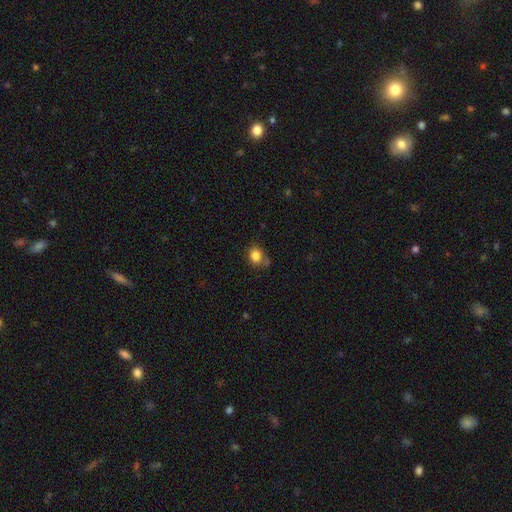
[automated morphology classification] A smooth galaxy with no disk features (83%) that is round (59%).

Vote fractions:
- Smooth or featured? smooth: 83% / star or artifact: 11% / featured or disk: 6%
- How rounded? round: 59% / in between: 40% / cigar-shaped: 1%
- Merging? none: 63% / minor disturbance: 23% / merger: 8% / major disturbance: 7%